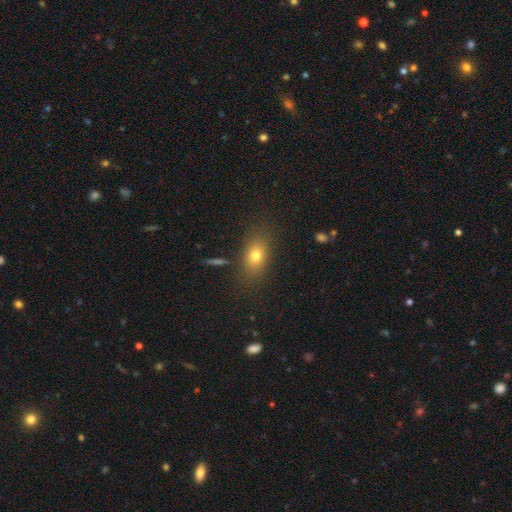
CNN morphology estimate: Smooth or featured? smooth (74%)
How rounded? in between (73%)
Merging? none (81%)